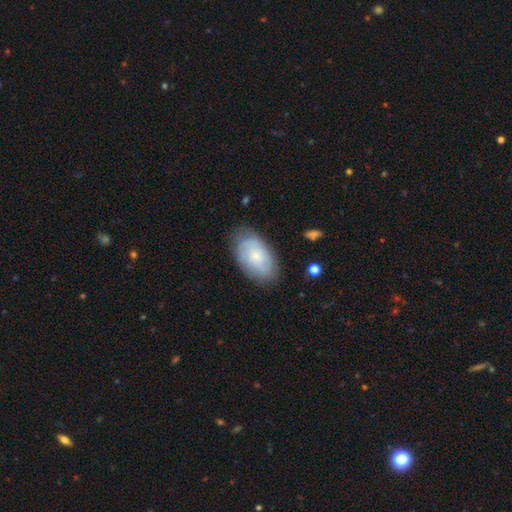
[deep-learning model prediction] The model was most divided on "smooth or featured": smooth: 49%, featured or disk: 45%, star or artifact: 7%. More confident: merging — none (74%).